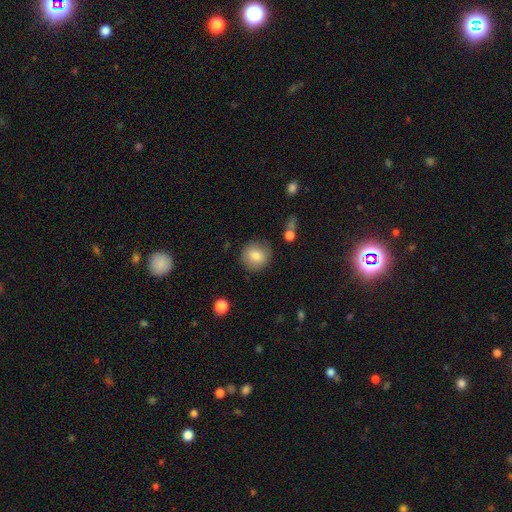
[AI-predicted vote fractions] Smooth or featured? smooth (83%)
How rounded? round (92%)
Merging? none (86%)